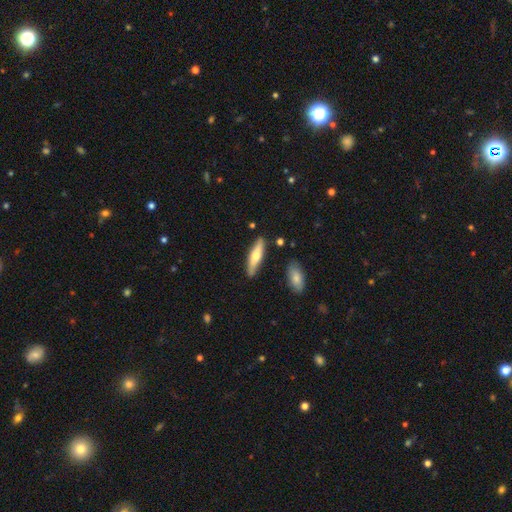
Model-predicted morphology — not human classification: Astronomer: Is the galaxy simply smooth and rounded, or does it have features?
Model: smooth — 53% (runner-up: featured or disk, 41%).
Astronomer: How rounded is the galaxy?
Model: cigar-shaped — 73%.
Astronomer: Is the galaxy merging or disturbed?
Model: none — 84%.